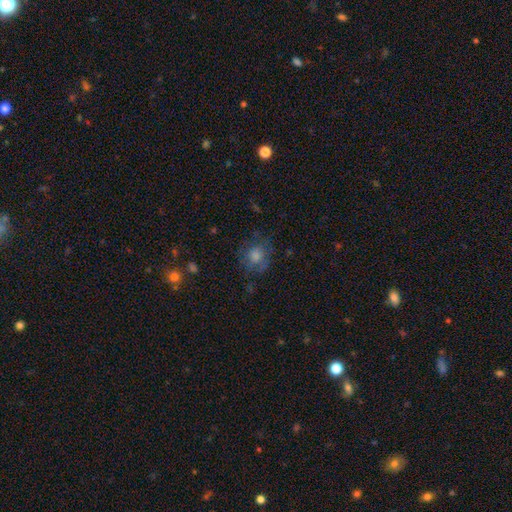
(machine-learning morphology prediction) Smooth or featured? smooth (57%)
How rounded? round (81%)
Merging? none (71%)